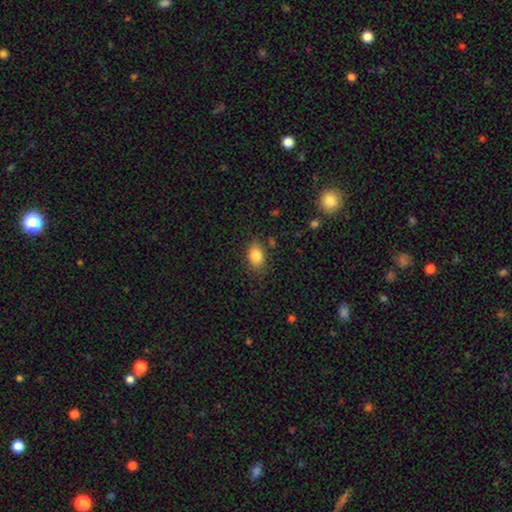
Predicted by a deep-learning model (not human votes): Overall: smooth (85%). How rounded: in between (83%). Merging: none (80%).